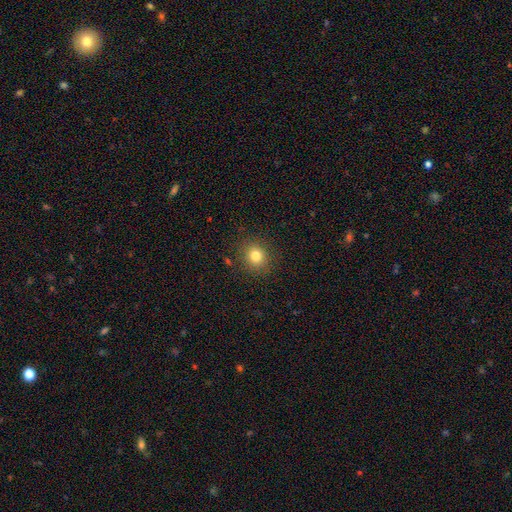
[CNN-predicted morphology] A smooth galaxy with no disk features (81%) that is round (81%).

Vote fractions:
- Smooth or featured? smooth: 81% / star or artifact: 13% / featured or disk: 7%
- How rounded? round: 81% / in between: 18% / cigar-shaped: 1%
- Merging? none: 88% / minor disturbance: 8% / major disturbance: 3% / merger: 1%